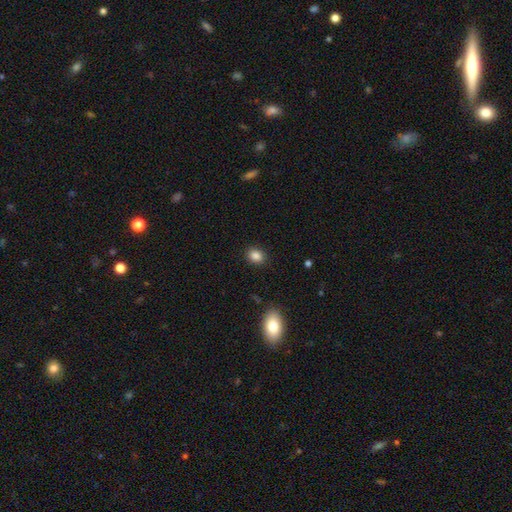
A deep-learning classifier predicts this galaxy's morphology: This is clearly a smooth galaxy (86%). How rounded: possibly in between (52%). Merging: clearly none (89%).